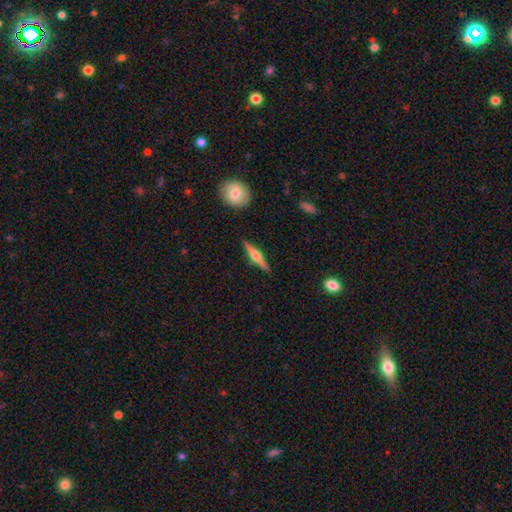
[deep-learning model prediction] Q: Smooth or featured?
A: featured or disk (67%); runner-up: smooth (27%)
Q: Edge-on disk?
A: yes (97%); runner-up: no (3%)
Q: Edge-on bulge?
A: rounded (93%); runner-up: boxy (4%)
Q: Merging?
A: none (89%); runner-up: minor disturbance (7%)